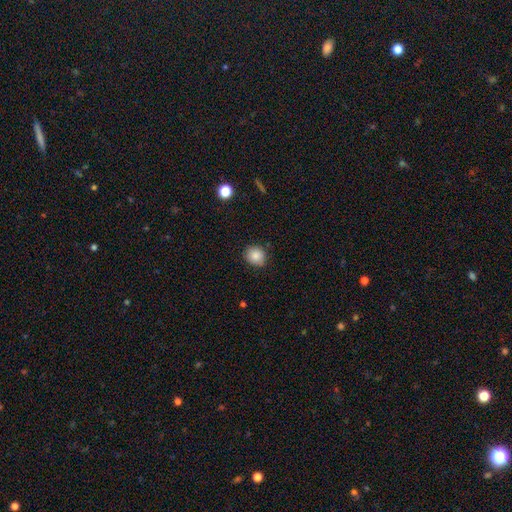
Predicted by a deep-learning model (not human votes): This is clearly a smooth galaxy (86%). How rounded: clearly round (80%). Merging: clearly none (85%).